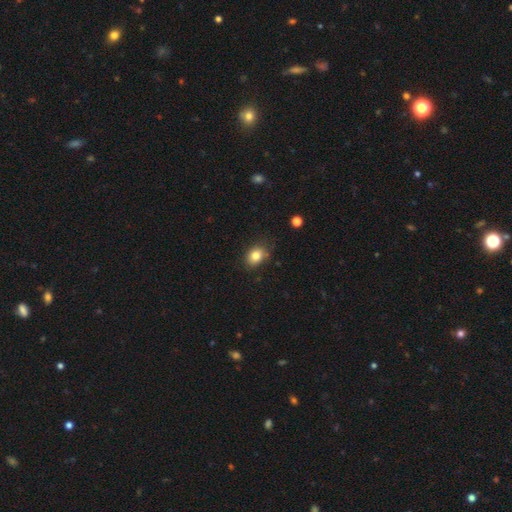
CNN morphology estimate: Smooth or featured? smooth (82%)
How rounded? in between (64%)
Merging? none (76%)